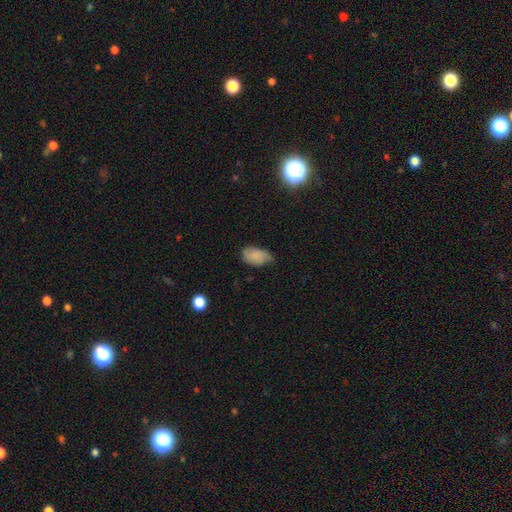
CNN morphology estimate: The model was most divided on "merging": none: 53%, minor disturbance: 38%, major disturbance: 8%, merger: 2%. More confident: how rounded — in between (92%); smooth or featured — smooth (77%).